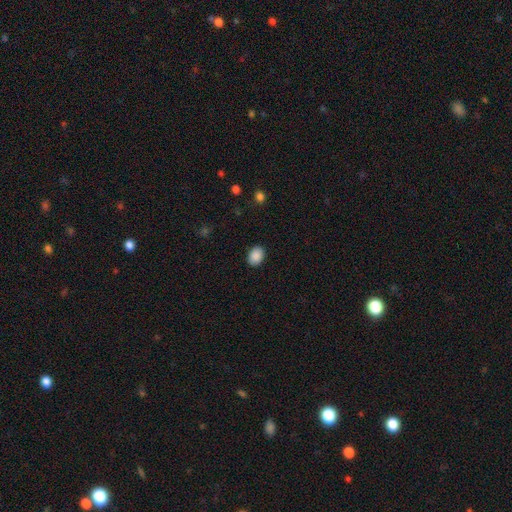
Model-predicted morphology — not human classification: Smooth or featured: smooth — 90% (star or artifact — 7%)
How rounded: in between — 72% (round — 27%)
Merging: none — 89% (minor disturbance — 8%)